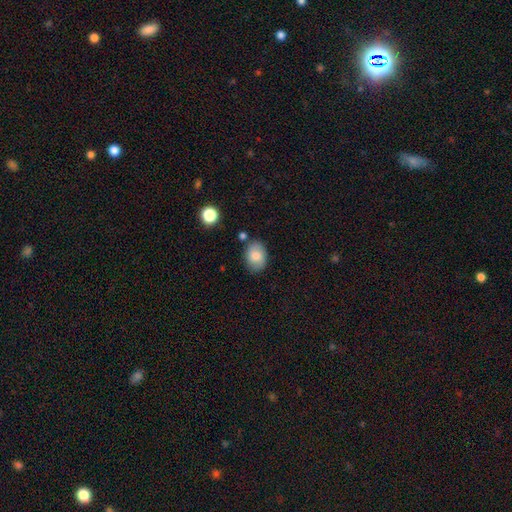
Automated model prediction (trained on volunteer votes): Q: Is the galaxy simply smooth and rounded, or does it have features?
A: smooth — 77%.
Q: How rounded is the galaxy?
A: in between — 76%.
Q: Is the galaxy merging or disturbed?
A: none — 80%.